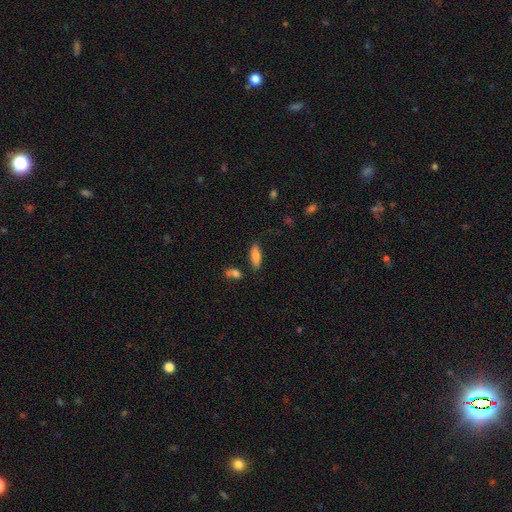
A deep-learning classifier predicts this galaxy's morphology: Smooth or featured?
  - smooth: 77% *
  - featured or disk: 16%
  - star or artifact: 7%
How rounded?
  - in between: 64% *
  - cigar-shaped: 34%
  - round: 2%
Merging?
  - none: 78% *
  - minor disturbance: 12%
  - merger: 6%
  - major disturbance: 3%